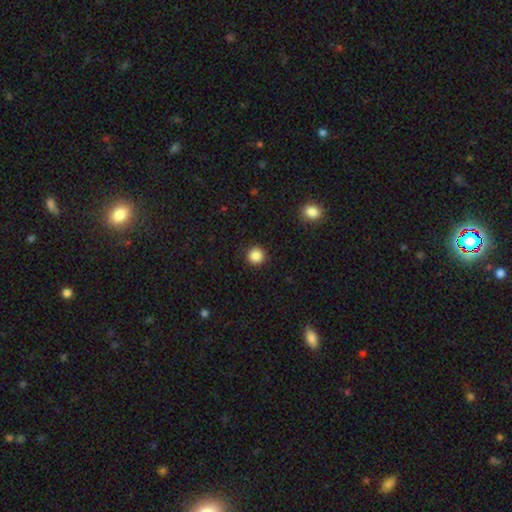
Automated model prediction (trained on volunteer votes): Smooth or featured: smooth — 86% (star or artifact — 10%)
How rounded: round — 95% (in between — 4%)
Merging: none — 93% (minor disturbance — 4%)